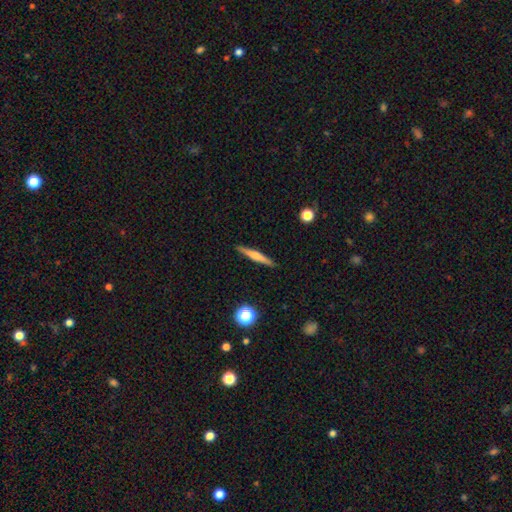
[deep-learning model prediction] This is possibly a featured or disk galaxy (47%). Merging: clearly none (91%).